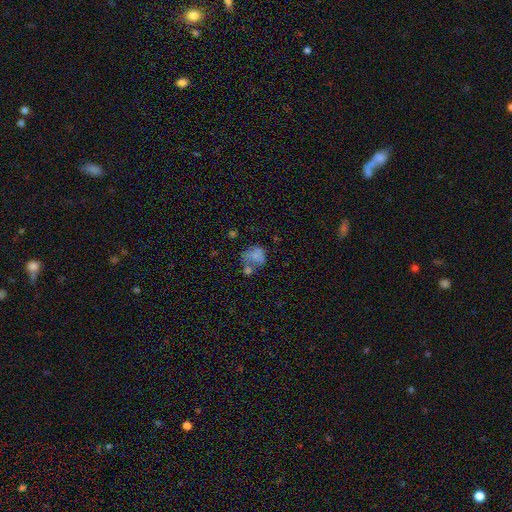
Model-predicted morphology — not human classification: smooth-or-featured: smooth: 64% | featured or disk: 24% | star or artifact: 13%
  how-rounded: round: 57% | in between: 42% | cigar-shaped: 1%
  merging: merger: 33% | none: 31% | minor disturbance: 19% | major disturbance: 16%